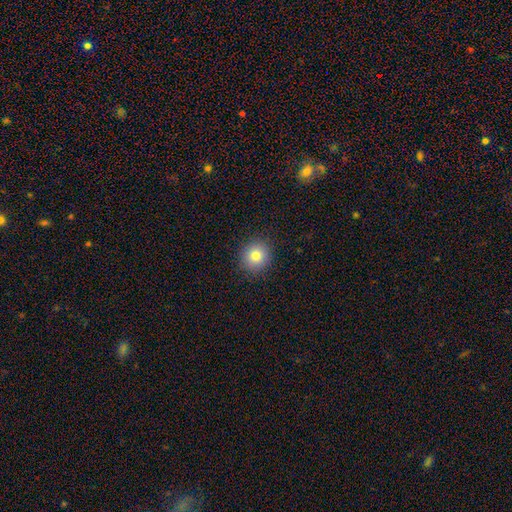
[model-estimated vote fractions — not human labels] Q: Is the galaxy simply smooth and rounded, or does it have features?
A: smooth — 80%.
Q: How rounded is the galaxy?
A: round — 89%.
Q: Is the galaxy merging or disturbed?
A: none — 91%.